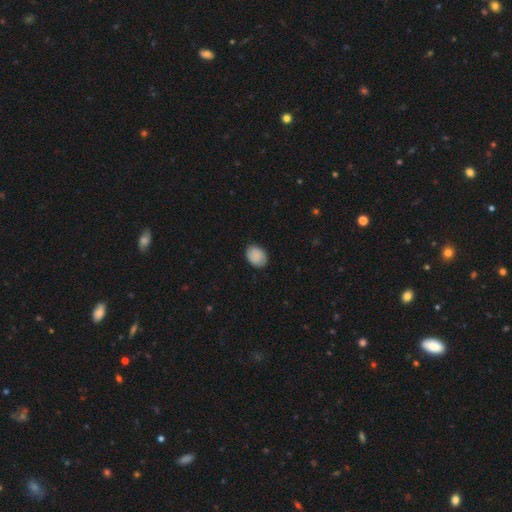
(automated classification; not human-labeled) smooth-or-featured: smooth: 86% | star or artifact: 7% | featured or disk: 7%
  how-rounded: in between: 60% | round: 39% | cigar-shaped: 1%
  merging: none: 81% | minor disturbance: 15% | major disturbance: 3% | merger: 1%